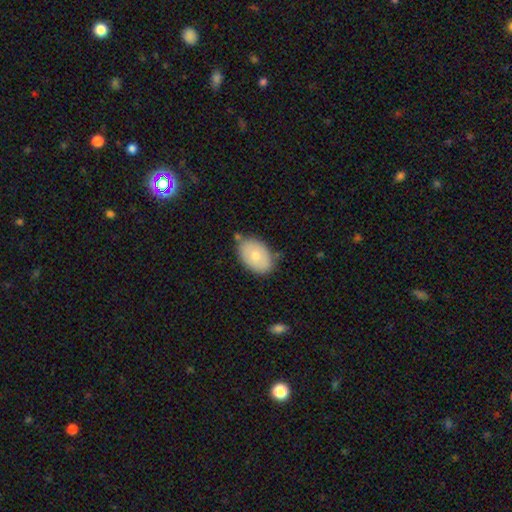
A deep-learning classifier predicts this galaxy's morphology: A smooth galaxy with no disk features (74%) that is in between round and cigar-shaped (87%). Merging: none (71%).